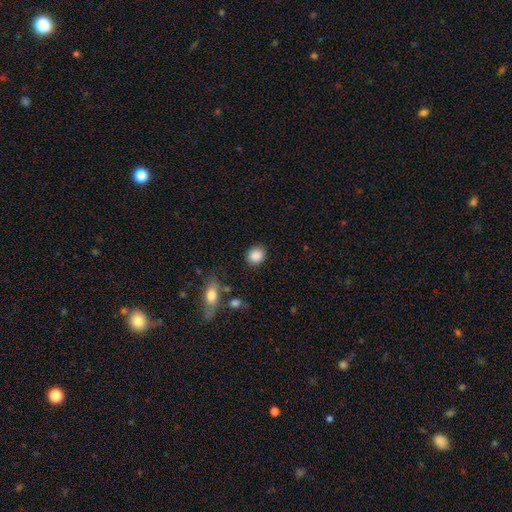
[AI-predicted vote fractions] A smooth galaxy with no disk features (88%) that is round (55%).

Vote fractions:
- Smooth or featured? smooth: 88% / star or artifact: 8% / featured or disk: 4%
- How rounded? round: 55% / in between: 44% / cigar-shaped: 1%
- Merging? none: 83% / minor disturbance: 12% / major disturbance: 3% / merger: 2%